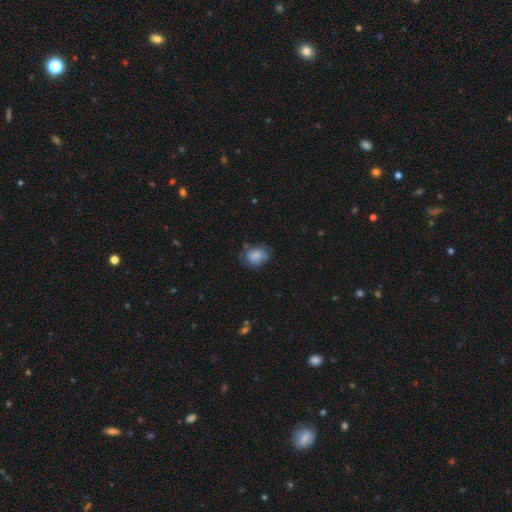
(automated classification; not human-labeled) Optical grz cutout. It shows a smooth galaxy with no disk features (68%) that is in between round and cigar-shaped (53%). Merging: none (54%).